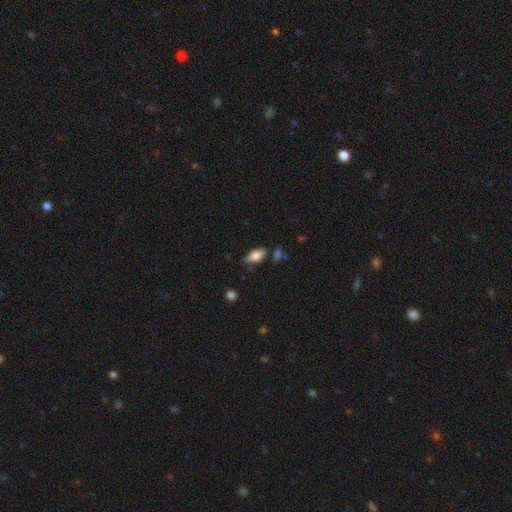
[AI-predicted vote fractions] smooth 78%, featured or disk 15%, star or artifact 7%. Down the decision tree: how rounded — in between (86%); merging — none (69%).